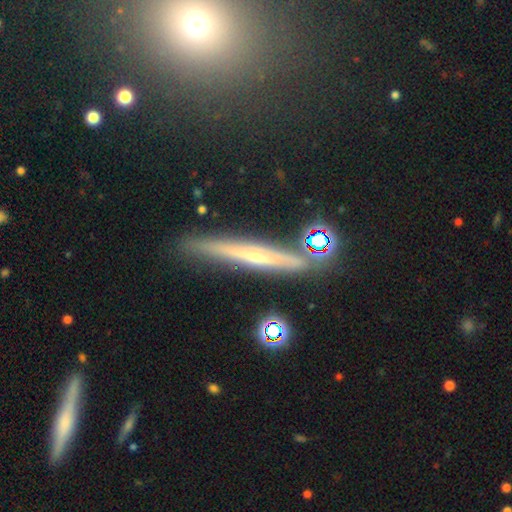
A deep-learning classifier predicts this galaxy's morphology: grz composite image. It shows a featured or disk galaxy (63%) viewed edge-on (94%) with a rounded central bulge (57%). Merging: none (84%).